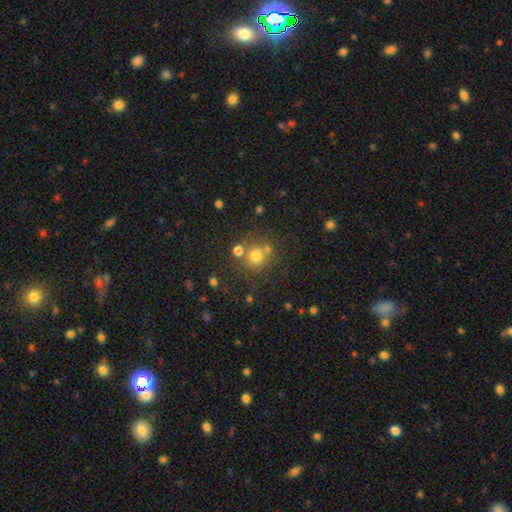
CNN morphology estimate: Smooth or featured? smooth (73%)
How rounded? round (91%)
Merging? none (69%)